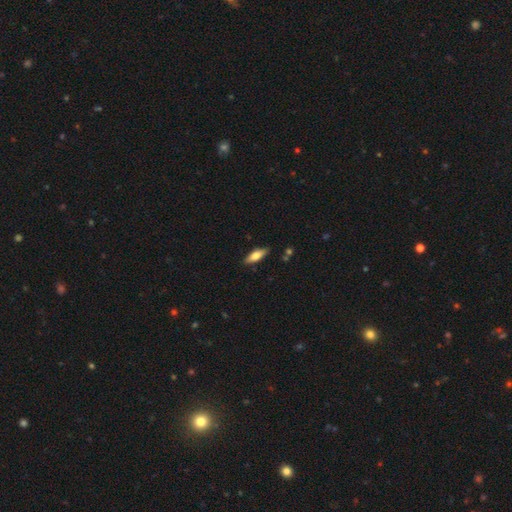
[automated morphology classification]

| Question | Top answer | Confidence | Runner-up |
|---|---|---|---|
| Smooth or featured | smooth | 66% | featured or disk (27%) |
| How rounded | in between | 58% | cigar-shaped (40%) |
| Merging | none | 85% | minor disturbance (11%) |